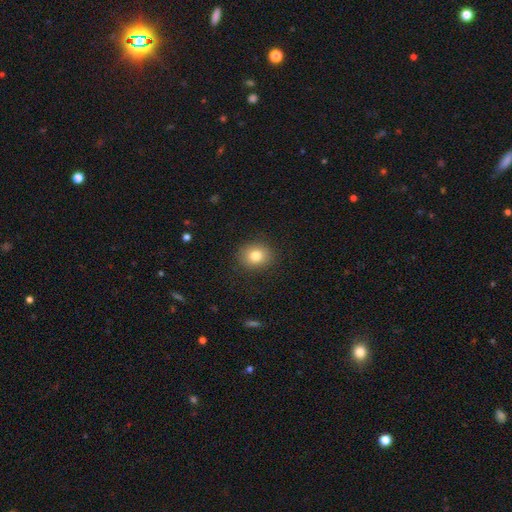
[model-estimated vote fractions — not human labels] Smooth or featured? Predicted: smooth (p=0.82). How rounded? Predicted: round (p=0.69). Merging? Predicted: none (p=0.88).